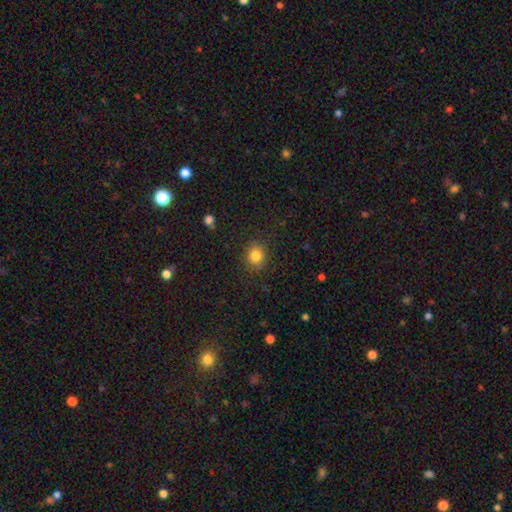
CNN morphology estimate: This is clearly a smooth galaxy (83%). How rounded: likely round (76%). Merging: clearly none (86%).